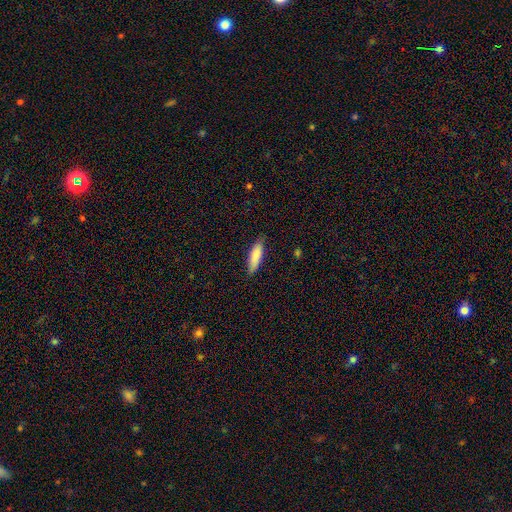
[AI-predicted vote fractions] A smooth galaxy with no disk features (84%) that is cigar-shaped (56%). Merging: none (82%).